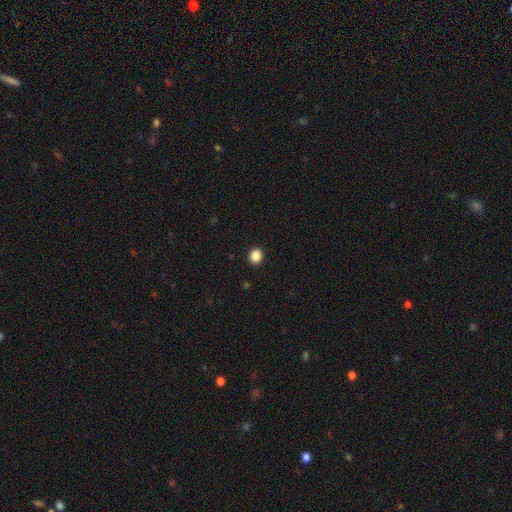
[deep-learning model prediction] Smooth or featured: smooth — 87% (star or artifact — 10%)
How rounded: round — 70% (in between — 29%)
Merging: none — 92% (minor disturbance — 5%)